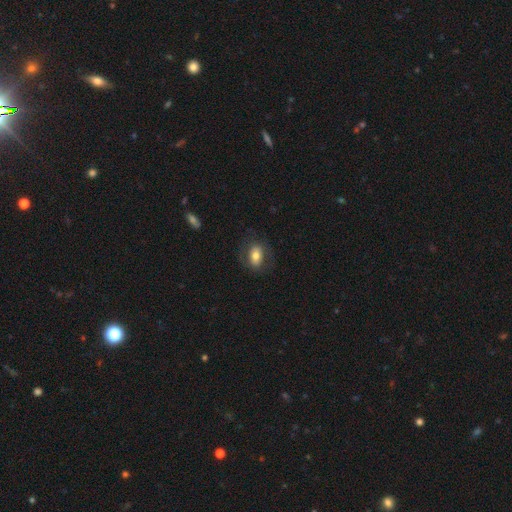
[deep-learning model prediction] Smooth or featured? Predicted: smooth (p=0.68). How rounded? Predicted: in between (p=0.80). Merging? Predicted: none (p=0.77).